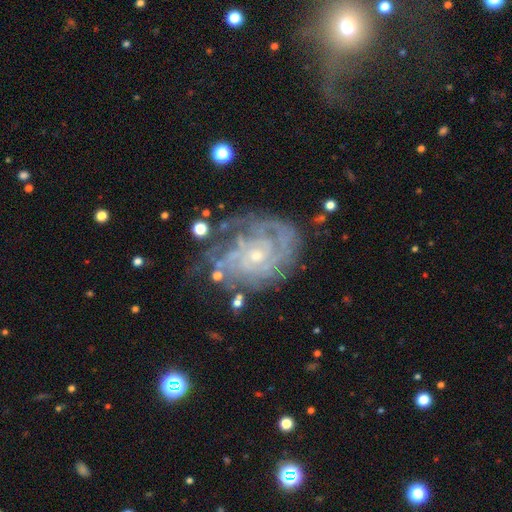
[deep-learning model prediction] Overall: featured or disk (86%). Edge-on disk: no (97%). Bar: no (77%). Spiral arms: yes (93%). Spiral arm count: can't tell (40%; 2 17%). Spiral winding: tight (72%). Bulge size: small (70%). Merging: none (60%; minor disturbance 23%).